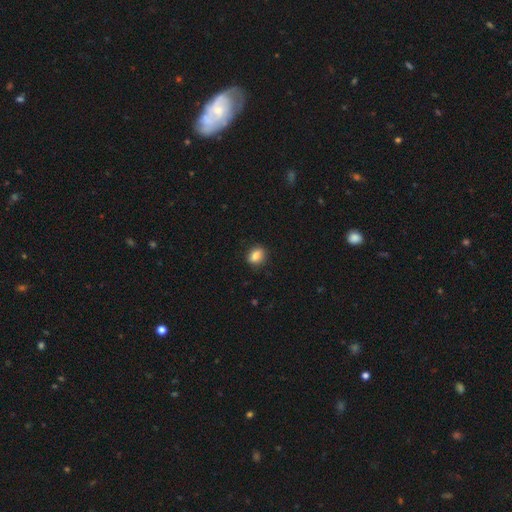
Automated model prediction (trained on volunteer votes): Smooth or featured? smooth (85%)
How rounded? in between (58%)
Merging? none (87%)